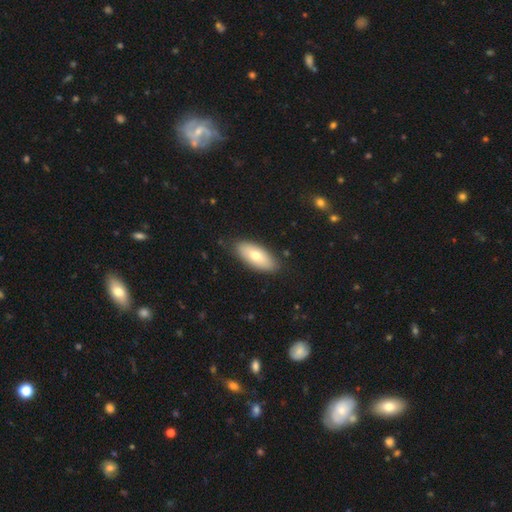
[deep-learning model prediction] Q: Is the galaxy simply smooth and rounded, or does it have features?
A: smooth — 72%.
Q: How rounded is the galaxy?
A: in between — 86%.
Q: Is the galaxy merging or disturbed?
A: none — 85%.